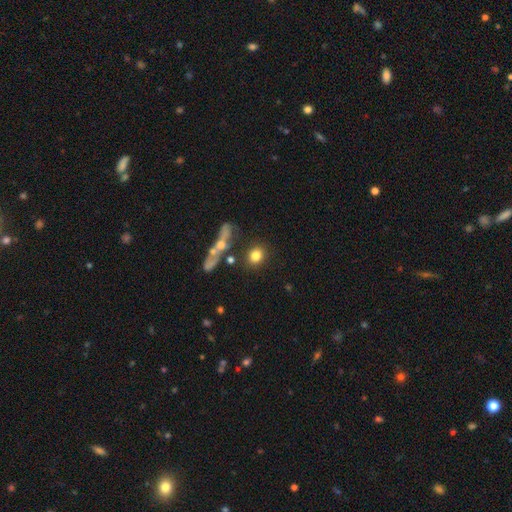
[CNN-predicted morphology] smooth-or-featured: smooth: 78% | featured or disk: 12% | star or artifact: 10%
  how-rounded: round: 69% | in between: 27% | cigar-shaped: 4%
  merging: none: 75% | minor disturbance: 11% | merger: 9% | major disturbance: 5%